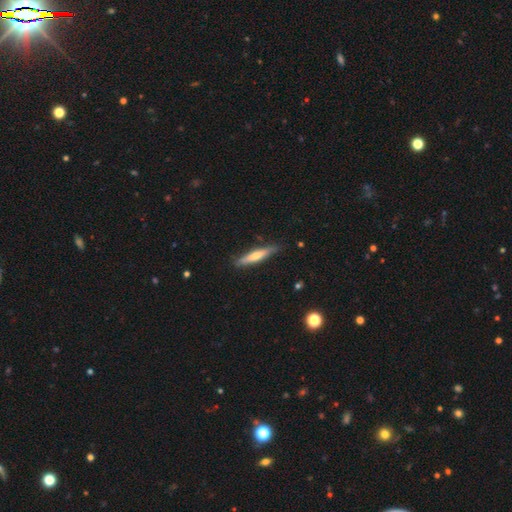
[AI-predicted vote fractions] This appears to be a smooth galaxy with no disk features (50%). Merging: none (86%).